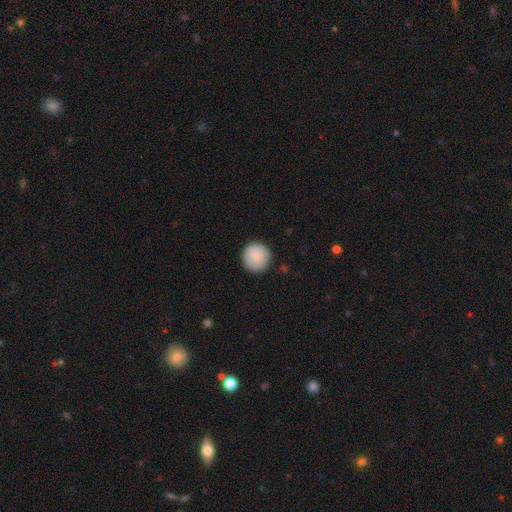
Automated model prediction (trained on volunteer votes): Overall: smooth (84%). How rounded: round (95%). Merging: none (90%).